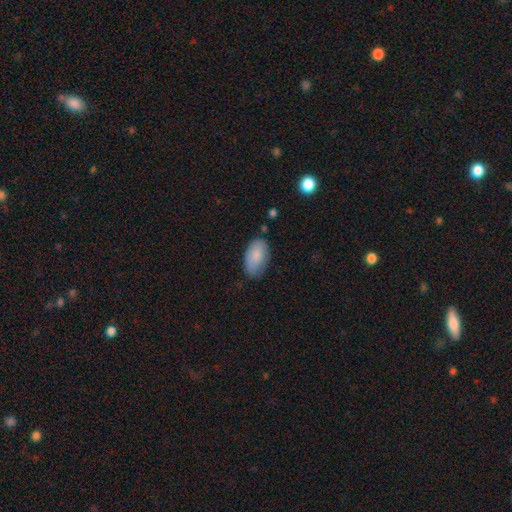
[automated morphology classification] Overall: smooth (85%). How rounded: in between (95%). Merging: none (71%).